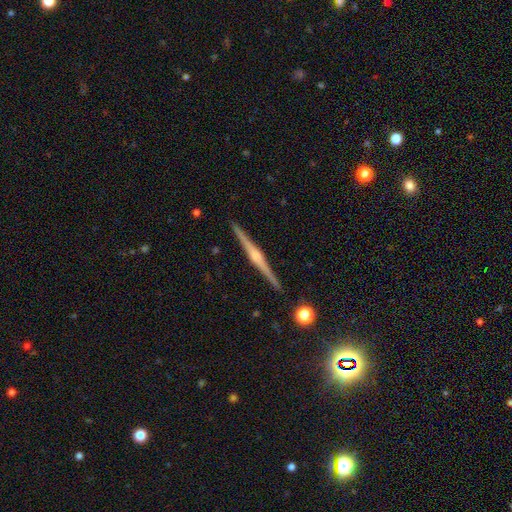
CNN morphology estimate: Q: Smooth or featured?
A: featured or disk (84%); runner-up: smooth (11%)
Q: Edge-on disk?
A: yes (99%); runner-up: no (1%)
Q: Edge-on bulge?
A: rounded (73%); runner-up: boxy (18%)
Q: Merging?
A: none (92%); runner-up: minor disturbance (5%)